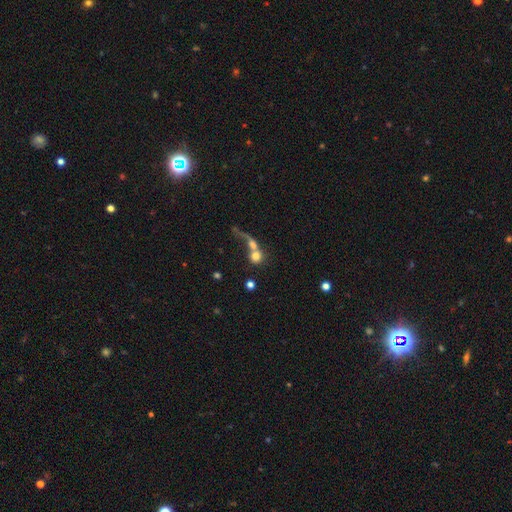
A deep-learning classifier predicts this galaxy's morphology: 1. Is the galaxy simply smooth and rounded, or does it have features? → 68% smooth, 20% featured or disk, 12% star or artifact.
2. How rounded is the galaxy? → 81% round, 16% in between, 3% cigar-shaped.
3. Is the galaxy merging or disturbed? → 58% merger, 22% none, 13% major disturbance, 6% minor disturbance.